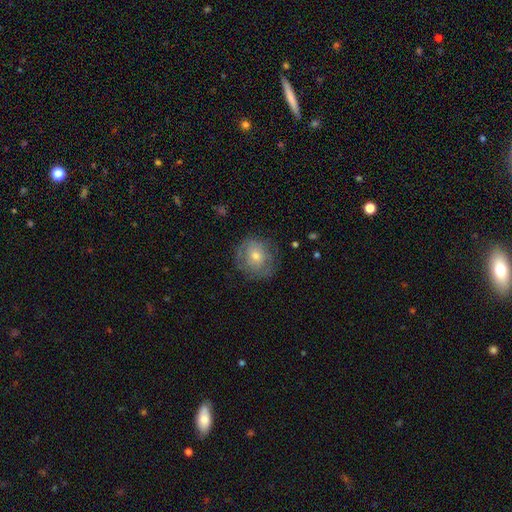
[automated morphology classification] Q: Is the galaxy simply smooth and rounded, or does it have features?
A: smooth — 50%.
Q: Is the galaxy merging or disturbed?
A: none — 72%.